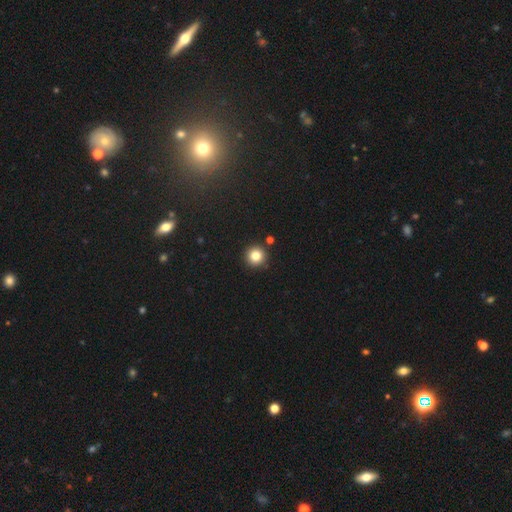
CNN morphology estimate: Overall: smooth (82%). How rounded: round (95%). Merging: none (90%).